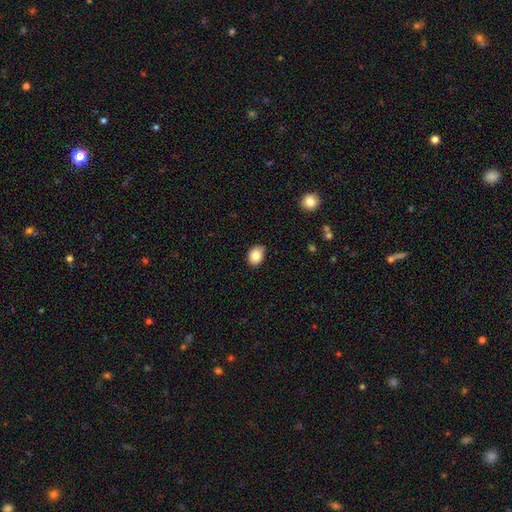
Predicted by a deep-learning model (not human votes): Smooth or featured? Predicted: smooth (p=0.83). How rounded? Predicted: in between (p=0.66). Merging? Predicted: none (p=0.79).